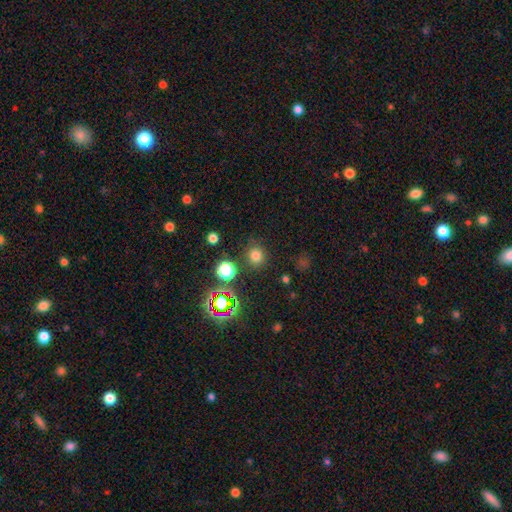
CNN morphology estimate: Smooth or featured? Predicted: smooth (p=0.73). How rounded? Predicted: round (p=0.85). Merging? Predicted: none (p=0.83).